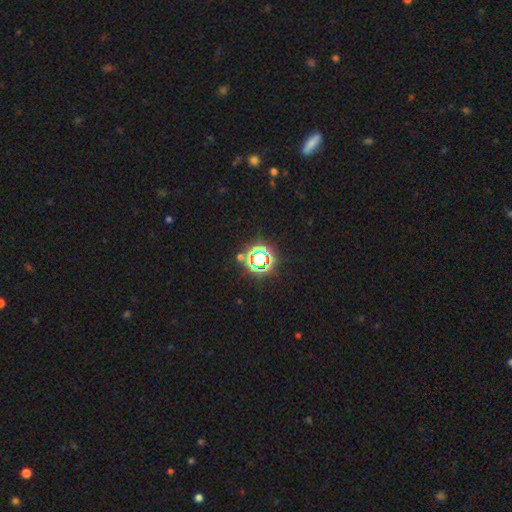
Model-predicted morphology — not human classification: This appears to be a star or artifact, not a galaxy (66%).